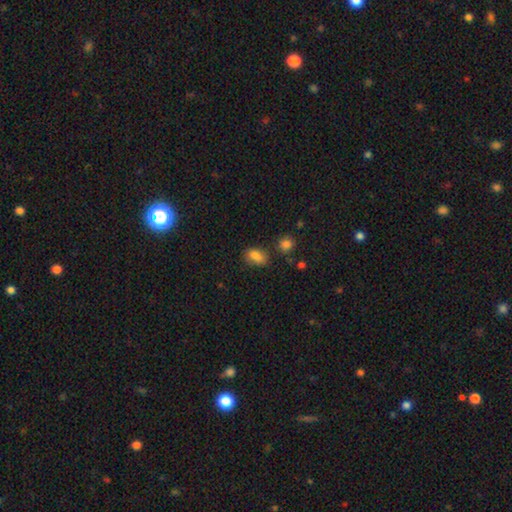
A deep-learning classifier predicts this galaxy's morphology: A smooth galaxy with no disk features (81%) that is in between round and cigar-shaped (80%).

Vote fractions:
- Smooth or featured? smooth: 81% / star or artifact: 12% / featured or disk: 7%
- How rounded? in between: 80% / round: 15% / cigar-shaped: 5%
- Merging? none: 62% / minor disturbance: 20% / merger: 12% / major disturbance: 6%